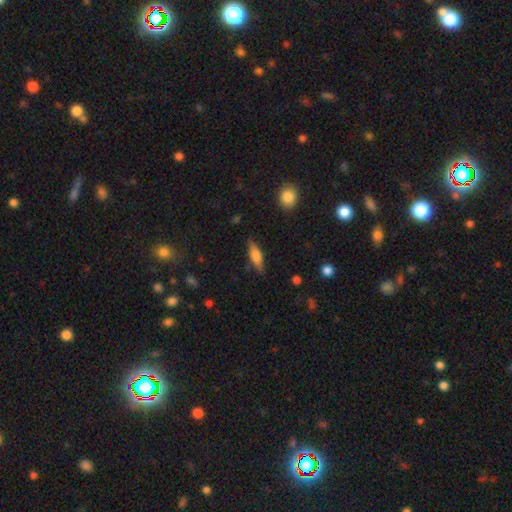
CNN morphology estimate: Smooth or featured? smooth (57%)
How rounded? cigar-shaped (53%)
Merging? none (84%)